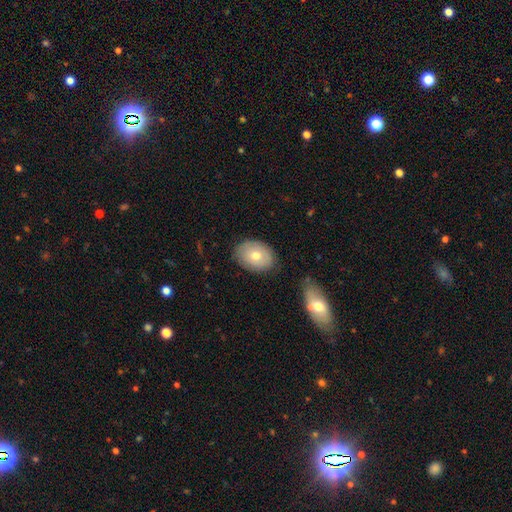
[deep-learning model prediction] smooth_or_featured: smooth (p=0.68) [alt: featured or disk p=0.25]
how_rounded: in between (p=0.74) [alt: round p=0.25]
merging: none (p=0.81) [alt: minor disturbance p=0.14]